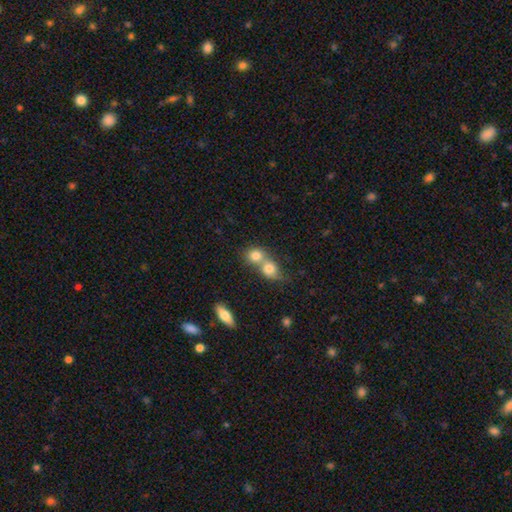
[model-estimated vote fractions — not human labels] Overall: smooth (79%). How rounded: round (71%). Merging: merger (68%).